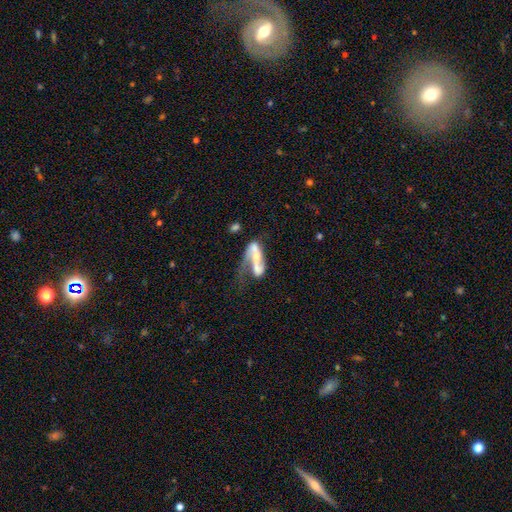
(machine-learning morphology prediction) featured or disk 69%, smooth 24%, star or artifact 7%. Down the decision tree: edge-on disk — no (89%); bar — no (43%); spiral arms — yes (69%); bulge size — moderate (44%); merging — major disturbance (37%).